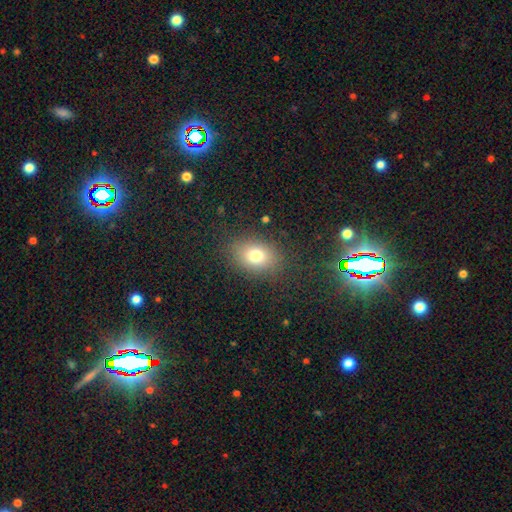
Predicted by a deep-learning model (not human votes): A smooth galaxy with no disk features (75%) that is in between round and cigar-shaped (65%). Merging: none (83%).